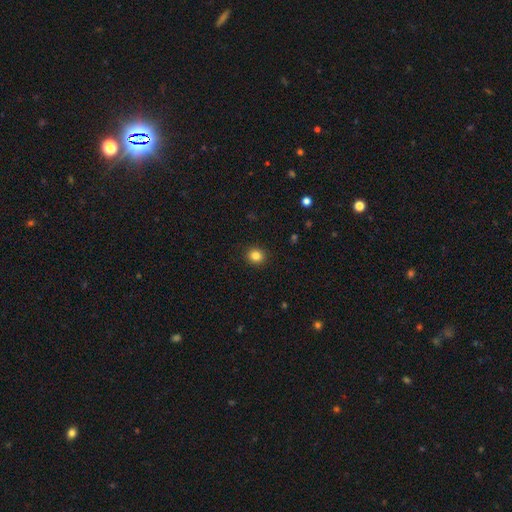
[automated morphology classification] smooth-or-featured: smooth: 84% | star or artifact: 11% | featured or disk: 5%
  how-rounded: round: 85% | in between: 14% | cigar-shaped: 1%
  merging: none: 92% | minor disturbance: 5% | major disturbance: 2% | merger: 1%